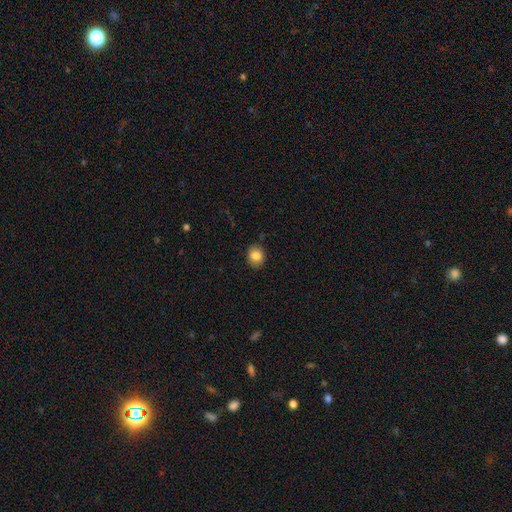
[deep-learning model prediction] Smooth or featured? smooth (85%)
How rounded? round (64%)
Merging? none (86%)